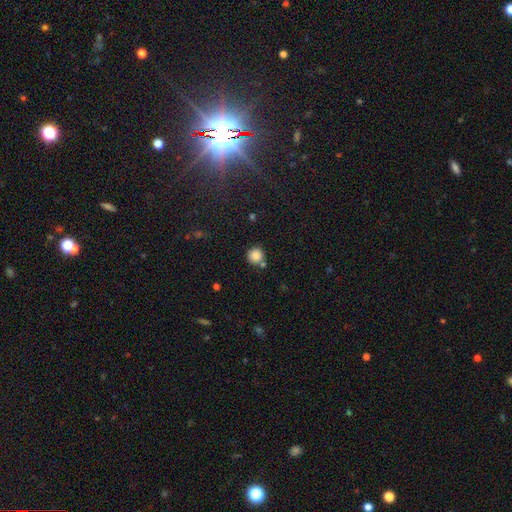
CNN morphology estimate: Smooth or featured?
  - smooth: 85% *
  - star or artifact: 10%
  - featured or disk: 5%
How rounded?
  - round: 93% *
  - in between: 6%
  - cigar-shaped: 1%
Merging?
  - none: 74% *
  - merger: 13%
  - minor disturbance: 10%
  - major disturbance: 3%